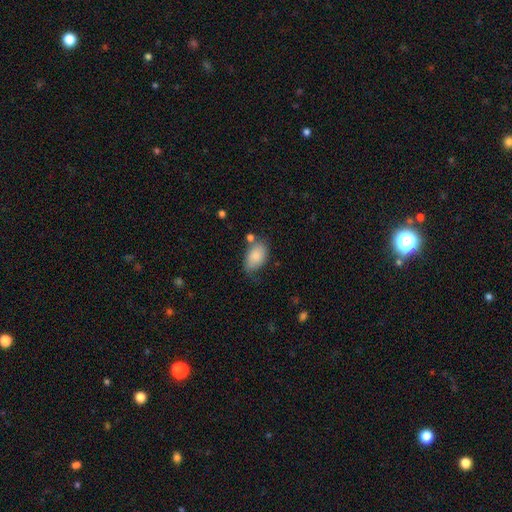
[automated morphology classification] Smooth or featured? Predicted: smooth (p=0.84). How rounded? Predicted: in between (p=0.91). Merging? Predicted: none (p=0.55).